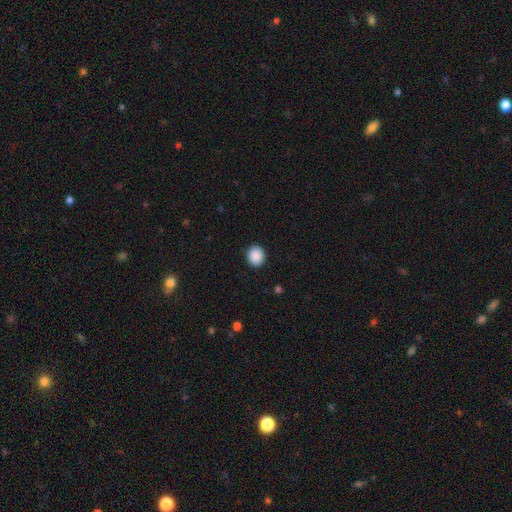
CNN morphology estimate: smooth_or_featured: smooth (p=0.89) [alt: star or artifact p=0.08]
how_rounded: round (p=0.82) [alt: in between p=0.17]
merging: none (p=0.92) [alt: minor disturbance p=0.06]